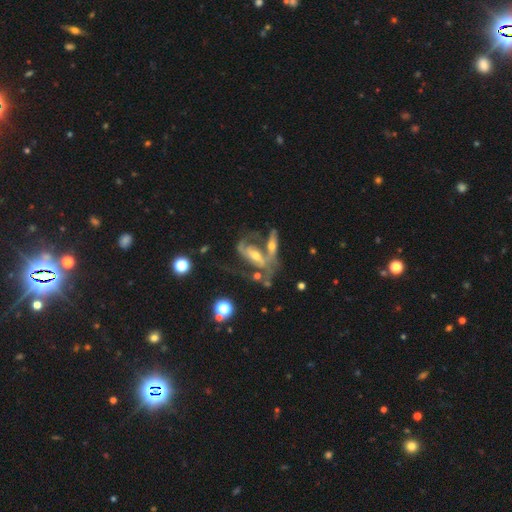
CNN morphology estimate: Smooth or featured? Predicted: featured or disk (p=0.79). Edge-on disk? Predicted: no (p=0.85). Bar? Predicted: no (p=0.38). Spiral arms? Predicted: yes (p=0.79). Spiral winding? Predicted: medium (p=0.42). Spiral arm count? Predicted: 2 (p=0.59). Bulge size? Predicted: moderate (p=0.47). Merging? Predicted: merger (p=0.39).